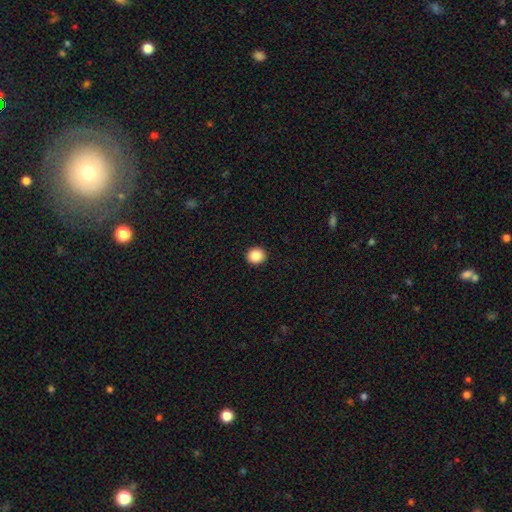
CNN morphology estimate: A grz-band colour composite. It shows a smooth galaxy with no disk features (88%) that is round (86%). Merging: none (93%).